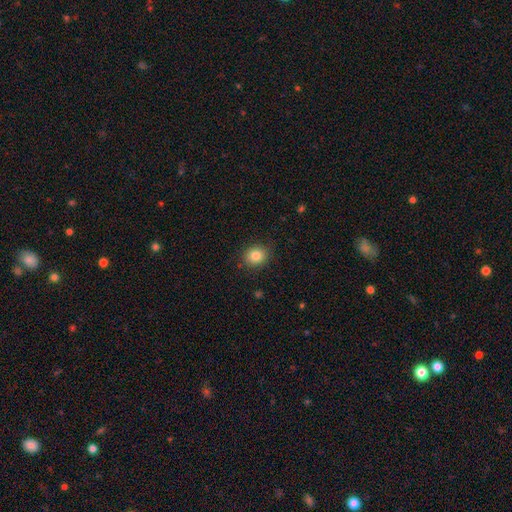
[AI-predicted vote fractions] A smooth galaxy with no disk features (83%) that is round (70%).

Vote fractions:
- Smooth or featured? smooth: 83% / star or artifact: 10% / featured or disk: 7%
- How rounded? round: 70% / in between: 29% / cigar-shaped: 1%
- Merging? none: 87% / minor disturbance: 10% / major disturbance: 3% / merger: 1%